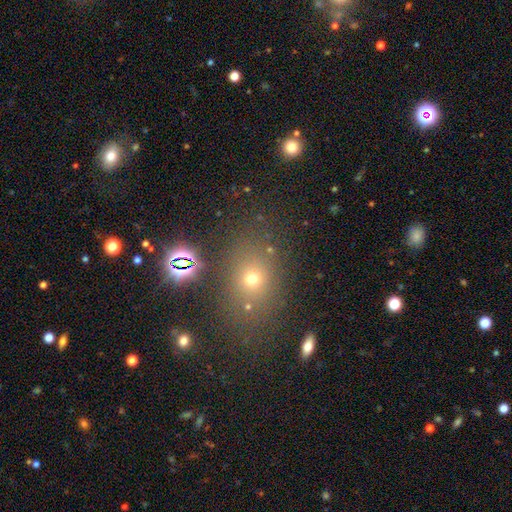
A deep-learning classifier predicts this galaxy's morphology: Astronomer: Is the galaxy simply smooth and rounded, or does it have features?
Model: smooth — 54% (runner-up: star or artifact, 33%).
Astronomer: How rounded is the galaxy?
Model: in between — 50% (runner-up: round, 48%).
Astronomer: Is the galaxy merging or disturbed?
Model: none — 80%.